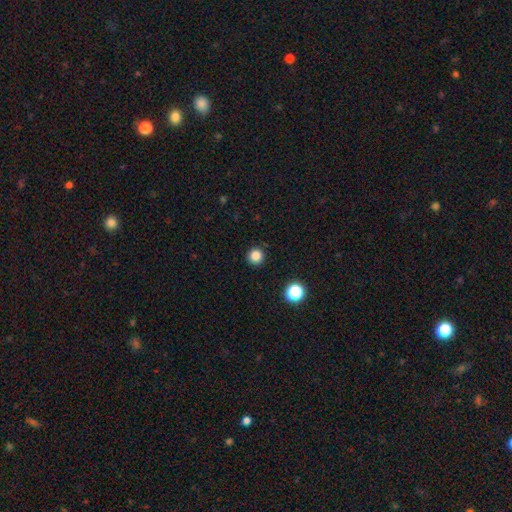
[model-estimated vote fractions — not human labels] Smooth or featured: smooth — 84% (star or artifact — 13%)
How rounded: round — 95% (in between — 4%)
Merging: none — 91% (minor disturbance — 6%)